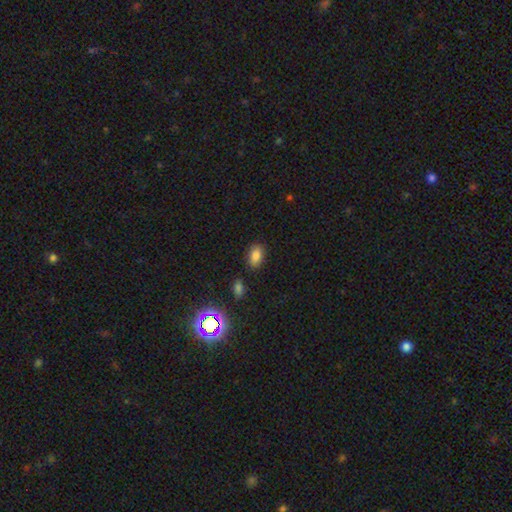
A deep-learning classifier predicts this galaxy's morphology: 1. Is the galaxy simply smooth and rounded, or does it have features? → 81% smooth, 13% star or artifact, 7% featured or disk.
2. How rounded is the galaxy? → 86% in between, 11% round, 2% cigar-shaped.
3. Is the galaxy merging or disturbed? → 83% none, 11% minor disturbance, 3% merger, 3% major disturbance.